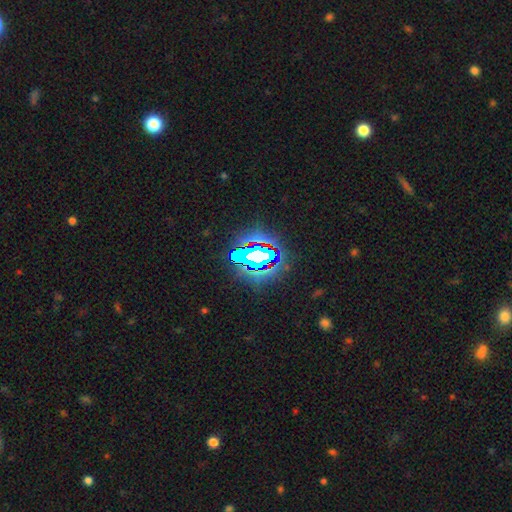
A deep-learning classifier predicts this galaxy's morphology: type=star or artifact (70%).